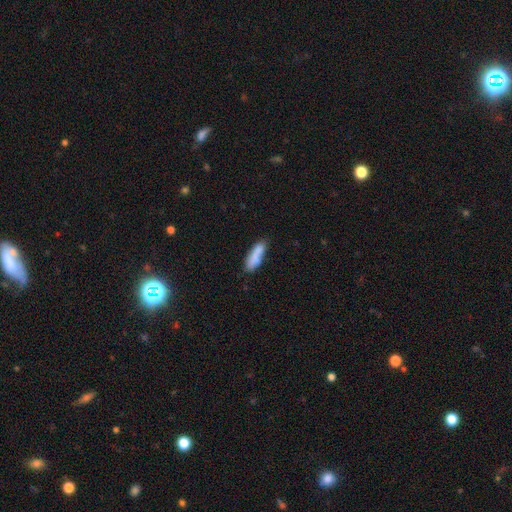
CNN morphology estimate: type=smooth (82%); roundness=in between (50%); merging=none (62%).